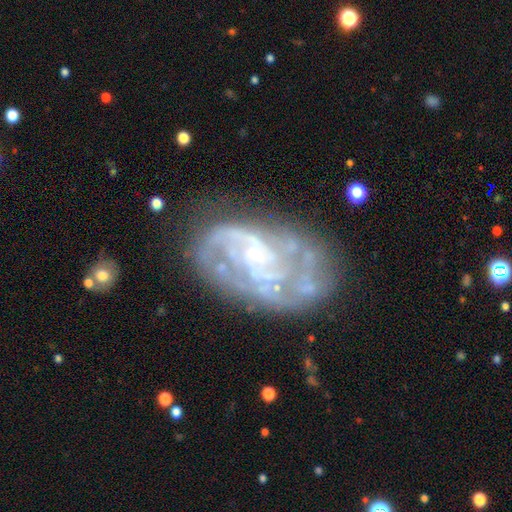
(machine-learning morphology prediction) A featured or disk galaxy (85%) with no bar (69%), tight (49%) spiral arms (89%) and a small central bulge (79%). Merging: none (59%).